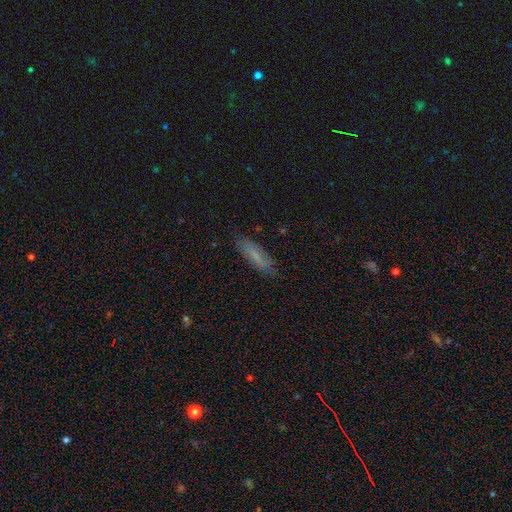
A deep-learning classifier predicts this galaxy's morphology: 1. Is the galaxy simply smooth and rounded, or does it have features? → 63% smooth, 29% featured or disk, 8% star or artifact.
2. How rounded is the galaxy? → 63% cigar-shaped, 35% in between, 2% round.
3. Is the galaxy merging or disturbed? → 82% none, 14% minor disturbance, 3% major disturbance, 1% merger.